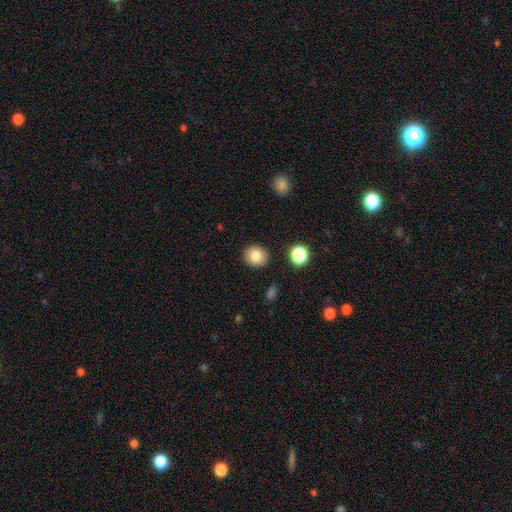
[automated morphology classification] Smooth or featured?
  - smooth: 81% *
  - star or artifact: 11%
  - featured or disk: 8%
How rounded?
  - round: 78% *
  - in between: 21%
  - cigar-shaped: 1%
Merging?
  - none: 89% *
  - minor disturbance: 7%
  - major disturbance: 2%
  - merger: 2%